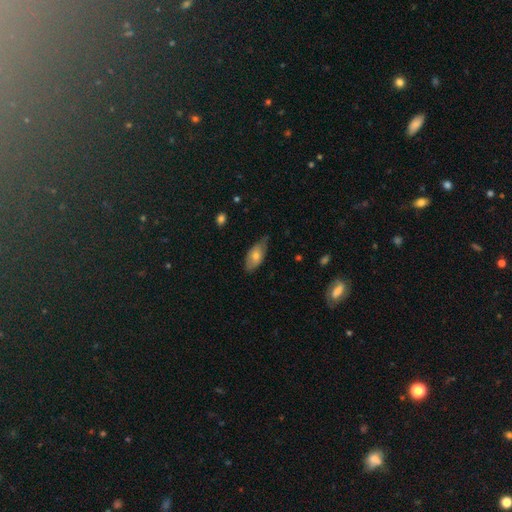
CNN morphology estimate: The model was most divided on "merging": none: 62%, minor disturbance: 31%, major disturbance: 5%, merger: 2%. More confident: how rounded — in between (88%); smooth or featured — smooth (66%).